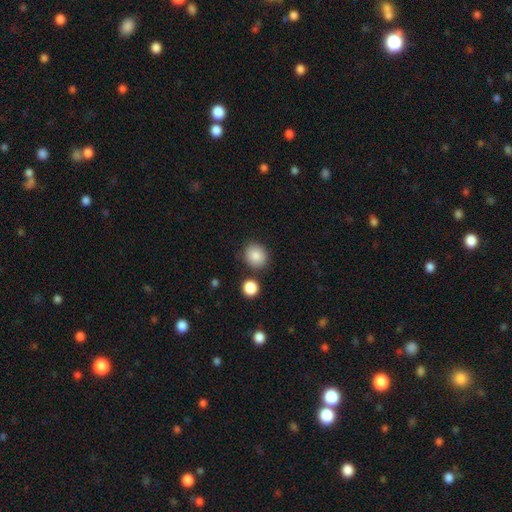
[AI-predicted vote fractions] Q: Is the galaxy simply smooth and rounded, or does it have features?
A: smooth — 87%.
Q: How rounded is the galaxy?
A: round — 77%.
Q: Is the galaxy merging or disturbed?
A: none — 83%.